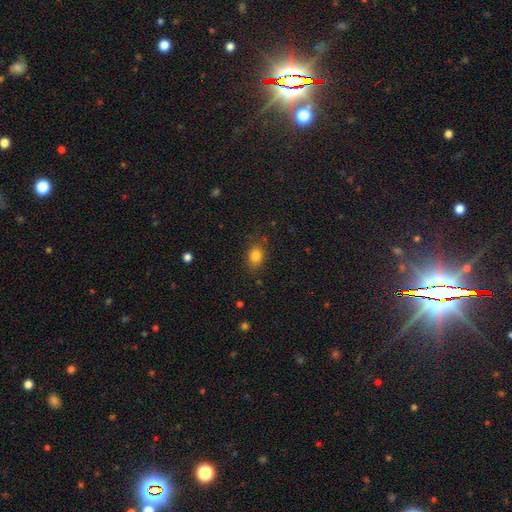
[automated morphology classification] Smooth or featured? Predicted: smooth (p=0.83). How rounded? Predicted: in between (p=0.60). Merging? Predicted: none (p=0.79).